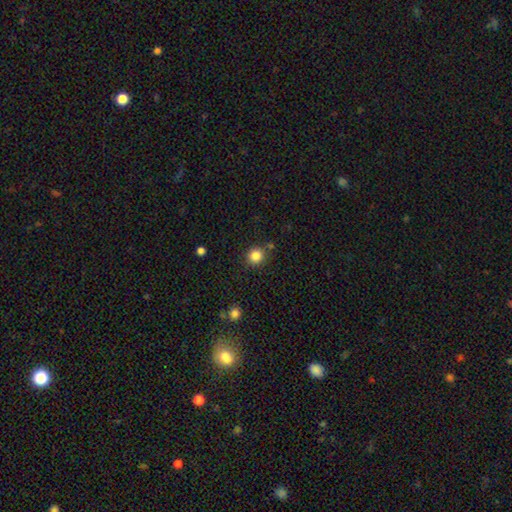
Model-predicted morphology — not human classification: Smooth or featured? smooth (84%)
How rounded? round (90%)
Merging? none (84%)